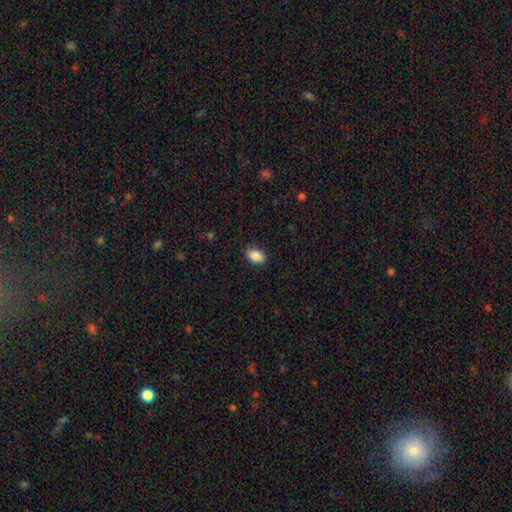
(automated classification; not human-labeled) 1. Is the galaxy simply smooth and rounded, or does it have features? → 88% smooth, 8% star or artifact, 5% featured or disk.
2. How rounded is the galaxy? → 87% in between, 11% round, 1% cigar-shaped.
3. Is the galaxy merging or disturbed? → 86% none, 10% minor disturbance, 2% major disturbance, 1% merger.